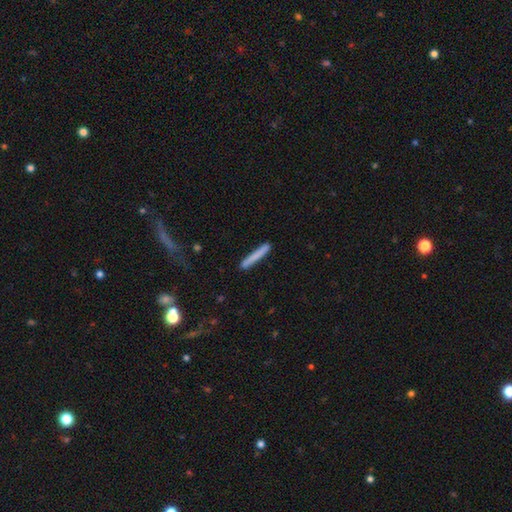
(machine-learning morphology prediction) Smooth or featured? smooth (75%)
How rounded? cigar-shaped (96%)
Merging? none (88%)